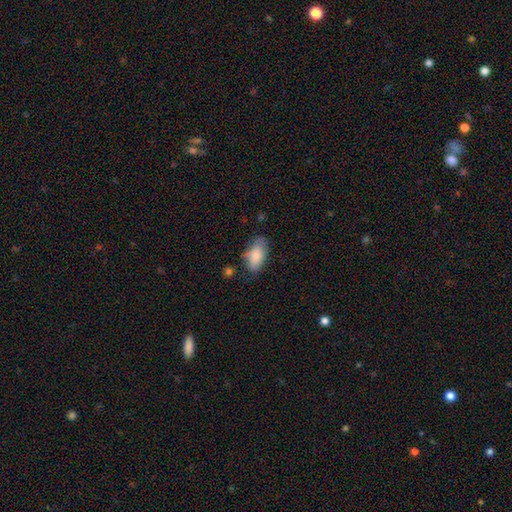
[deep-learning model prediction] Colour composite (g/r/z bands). It shows a smooth galaxy with no disk features (81%) that is in between round and cigar-shaped (92%). Merging: none (61%).